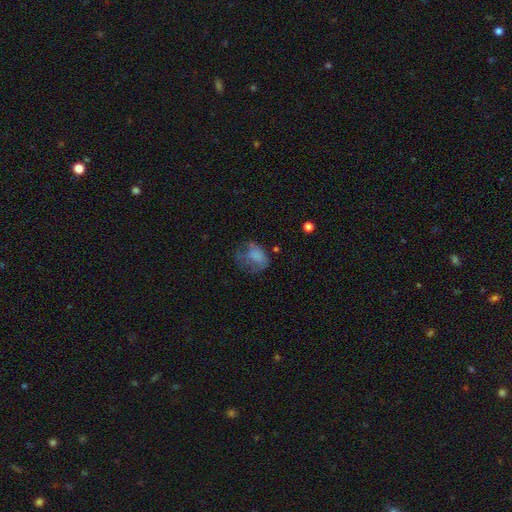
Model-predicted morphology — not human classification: Smooth or featured?
  - smooth: 65% *
  - featured or disk: 24%
  - star or artifact: 11%
How rounded?
  - in between: 65% *
  - round: 34%
  - cigar-shaped: 1%
Merging?
  - major disturbance: 37% *
  - none: 33%
  - minor disturbance: 27%
  - merger: 3%